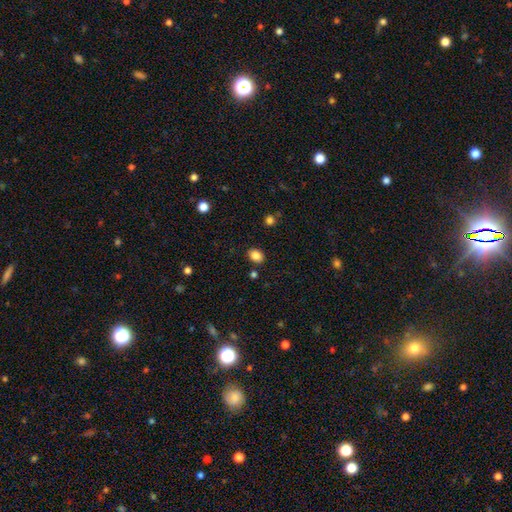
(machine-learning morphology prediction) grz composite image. It shows a smooth galaxy with no disk features (85%) that is in between round and cigar-shaped (60%). Merging: none (86%).